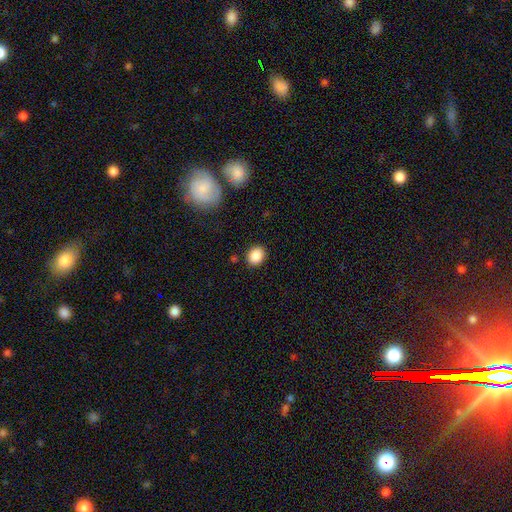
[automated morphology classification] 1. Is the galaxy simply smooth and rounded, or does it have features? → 87% smooth, 9% star or artifact, 4% featured or disk.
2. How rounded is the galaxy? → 60% round, 39% in between, 1% cigar-shaped.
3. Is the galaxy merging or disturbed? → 88% none, 8% minor disturbance, 2% major disturbance, 2% merger.